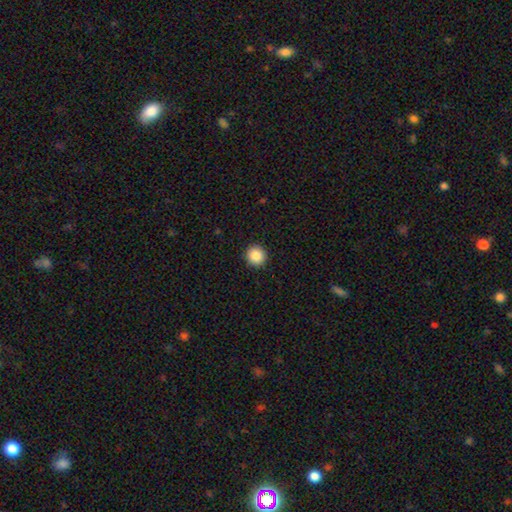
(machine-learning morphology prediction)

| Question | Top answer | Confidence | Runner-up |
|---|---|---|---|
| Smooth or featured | smooth | 86% | star or artifact (9%) |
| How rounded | round | 94% | in between (5%) |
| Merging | none | 93% | minor disturbance (5%) |